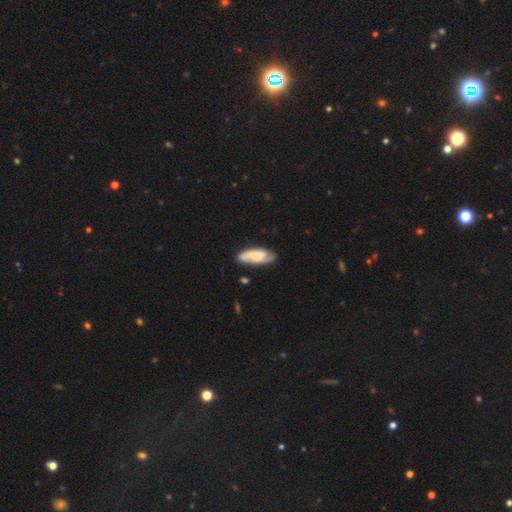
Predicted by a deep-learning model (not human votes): Smooth or featured? Predicted: smooth (p=0.48). Merging? Predicted: none (p=0.75).